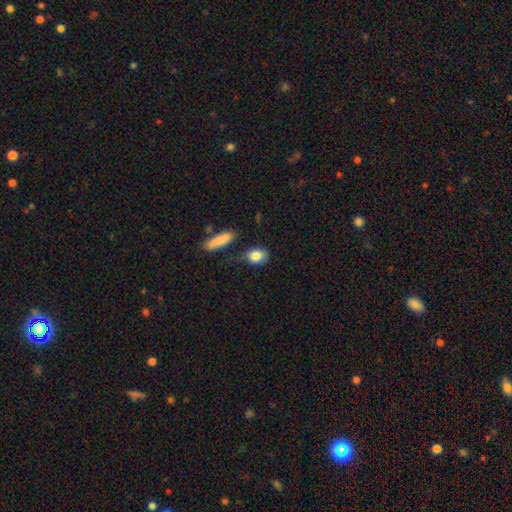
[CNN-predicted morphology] Smooth or featured? Predicted: smooth (p=0.84). How rounded? Predicted: in between (p=0.62). Merging? Predicted: none (p=0.61).